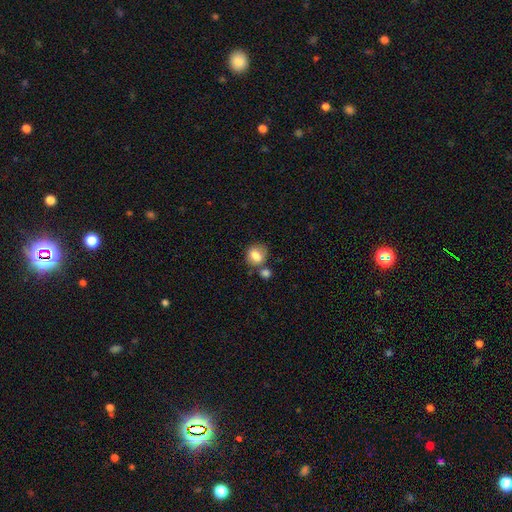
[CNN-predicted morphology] type=smooth (82%); roundness=round (57%); merging=none (50%).